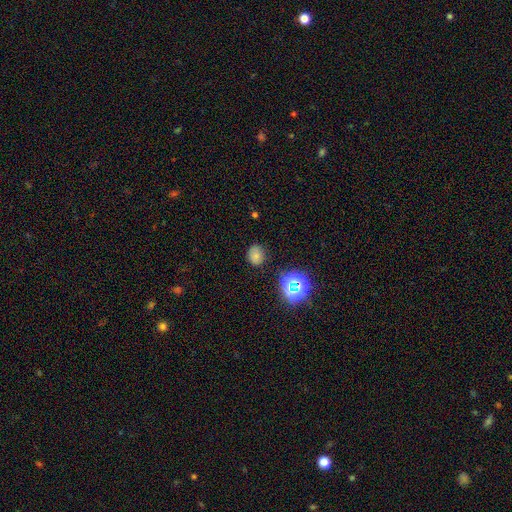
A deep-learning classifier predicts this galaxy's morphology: Q: Smooth or featured?
A: smooth (70%); runner-up: star or artifact (21%)
Q: How rounded?
A: round (70%); runner-up: in between (29%)
Q: Merging?
A: none (78%); runner-up: minor disturbance (16%)